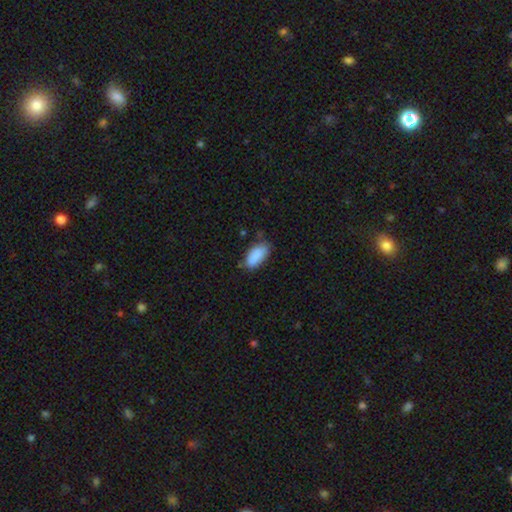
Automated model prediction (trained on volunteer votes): Morphology: type=smooth (88%); roundness=in between (90%); merging=none (69%).